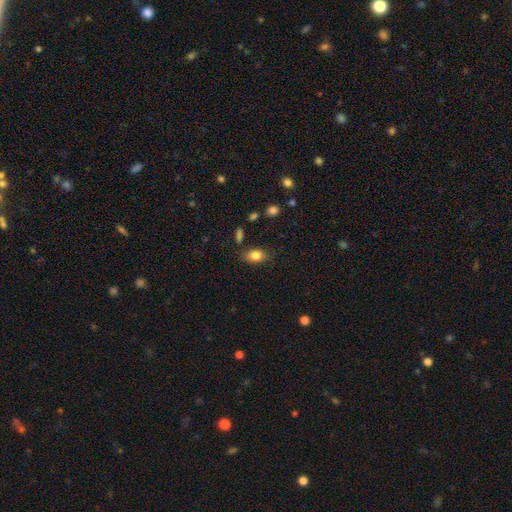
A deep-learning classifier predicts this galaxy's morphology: A smooth galaxy with no disk features (82%) that is in between round and cigar-shaped (81%). Merging: none (78%).